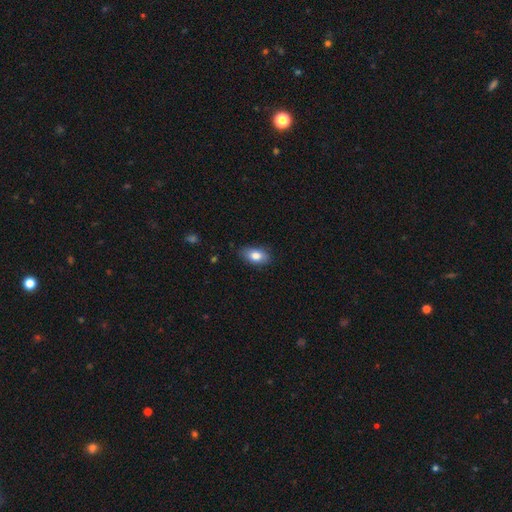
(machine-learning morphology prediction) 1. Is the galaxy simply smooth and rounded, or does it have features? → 81% smooth, 12% featured or disk, 7% star or artifact.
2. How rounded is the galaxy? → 90% in between, 8% round, 3% cigar-shaped.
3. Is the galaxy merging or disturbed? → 80% none, 16% minor disturbance, 3% major disturbance, 1% merger.